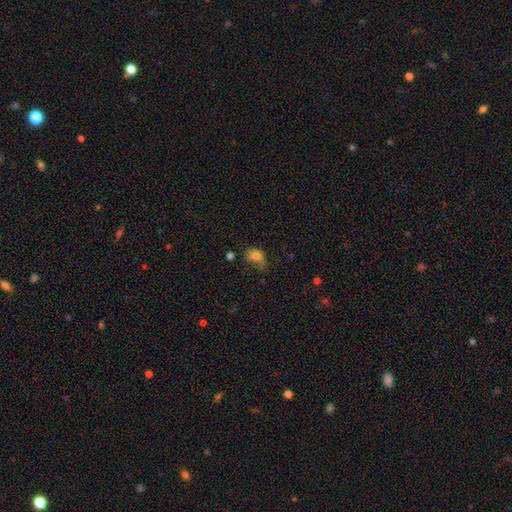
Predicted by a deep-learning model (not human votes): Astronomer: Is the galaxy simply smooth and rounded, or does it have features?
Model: smooth — 76%.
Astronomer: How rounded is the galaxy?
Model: in between — 78%.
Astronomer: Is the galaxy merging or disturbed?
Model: minor disturbance — 34% (runner-up: major disturbance, 32%).